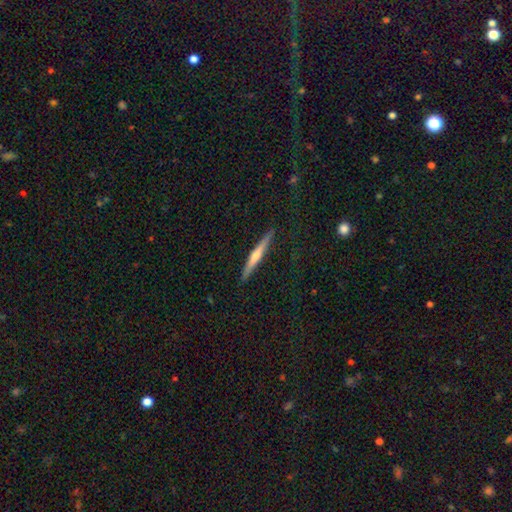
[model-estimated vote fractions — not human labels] A featured or disk galaxy (58%) viewed edge-on (97%) with a rounded central bulge (68%). Merging: none (91%).